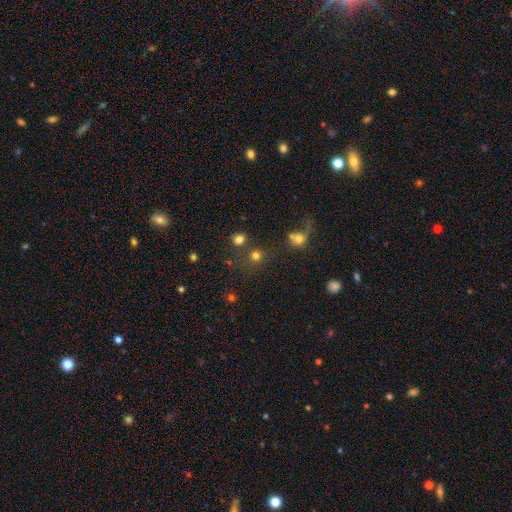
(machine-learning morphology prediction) A smooth galaxy with no disk features (75%) that is round (89%).

Vote fractions:
- Smooth or featured? smooth: 75% / star or artifact: 18% / featured or disk: 7%
- How rounded? round: 89% / in between: 10% / cigar-shaped: 1%
- Merging? none: 68% / merger: 17% / minor disturbance: 9% / major disturbance: 6%